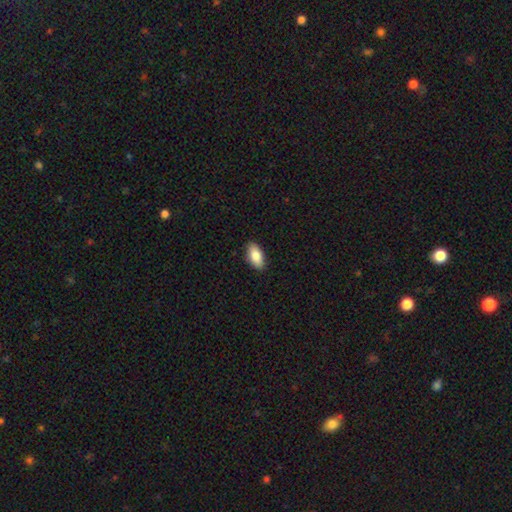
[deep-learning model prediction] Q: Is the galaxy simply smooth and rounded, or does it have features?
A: smooth — 85%.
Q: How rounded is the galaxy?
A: in between — 92%.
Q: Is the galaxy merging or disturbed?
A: none — 89%.